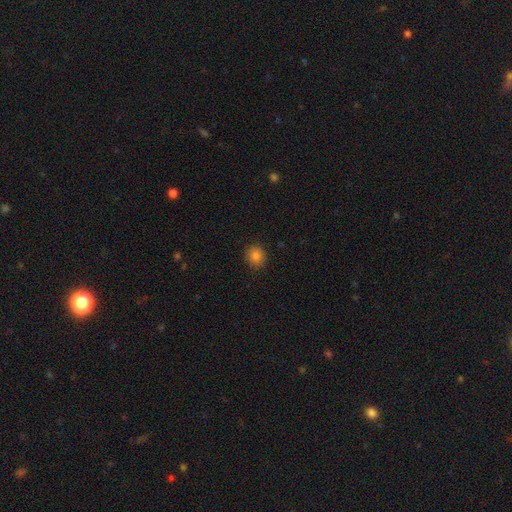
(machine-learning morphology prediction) smooth-or-featured: smooth: 85% | star or artifact: 11% | featured or disk: 4%
  how-rounded: round: 83% | in between: 16% | cigar-shaped: 1%
  merging: none: 90% | minor disturbance: 7% | major disturbance: 2% | merger: 1%